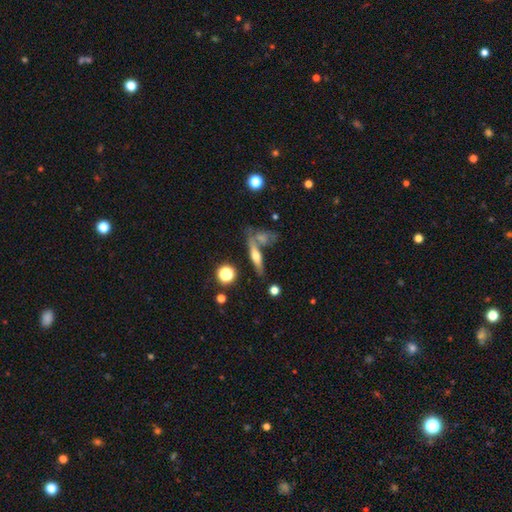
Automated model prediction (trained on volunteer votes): The model was most divided on "smooth or featured": featured or disk: 47%, smooth: 44%, star or artifact: 10%. More confident: merging — none (59%).